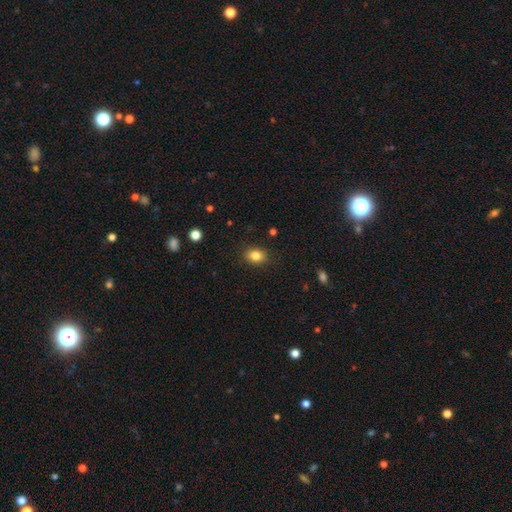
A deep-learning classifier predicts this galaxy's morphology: Smooth or featured? smooth (84%)
How rounded? in between (67%)
Merging? none (86%)